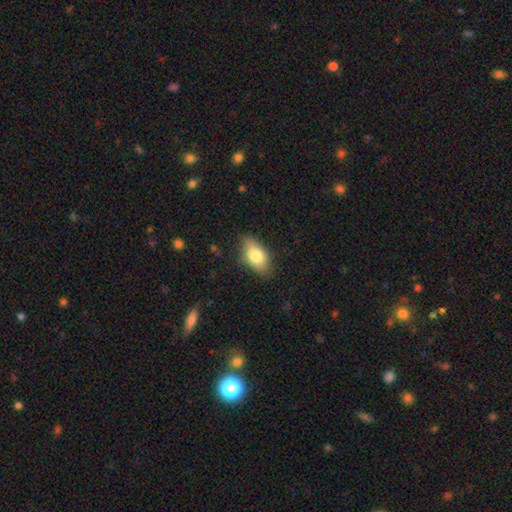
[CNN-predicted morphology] Smooth or featured: smooth — 78% (featured or disk — 15%)
How rounded: in between — 89% (round — 6%)
Merging: none — 73% (minor disturbance — 22%)